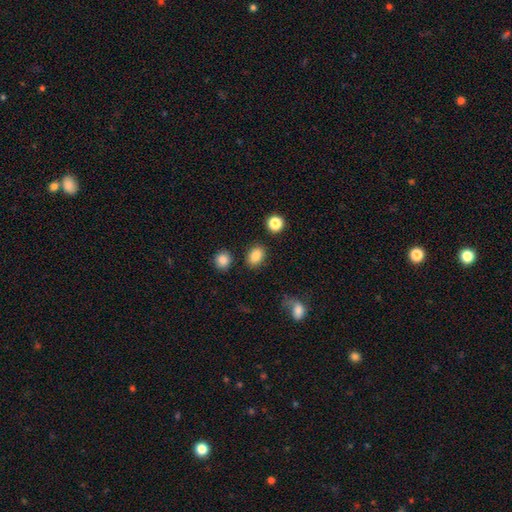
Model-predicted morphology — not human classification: Smooth or featured? smooth (85%)
How rounded? in between (71%)
Merging? none (85%)